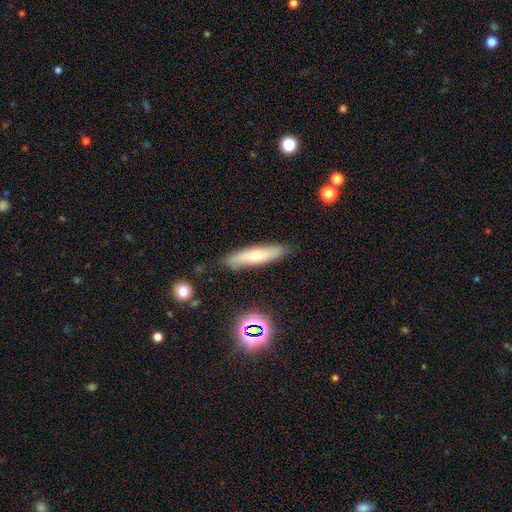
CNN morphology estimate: Smooth or featured? smooth (59%)
How rounded? cigar-shaped (79%)
Merging? none (84%)